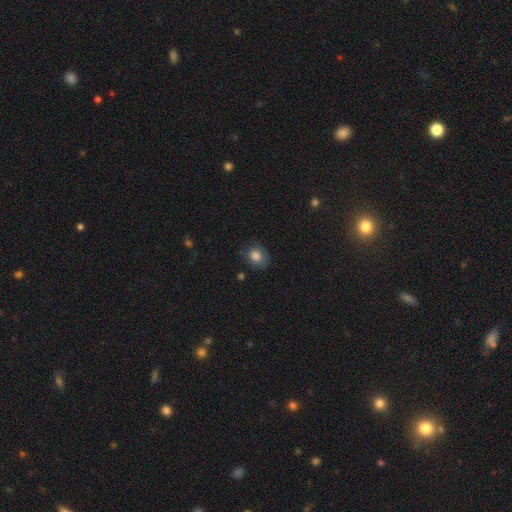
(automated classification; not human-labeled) The model was most divided on "how rounded": round: 56%, in between: 44%, cigar-shaped: 1%. More confident: smooth or featured — smooth (82%); merging — none (70%).